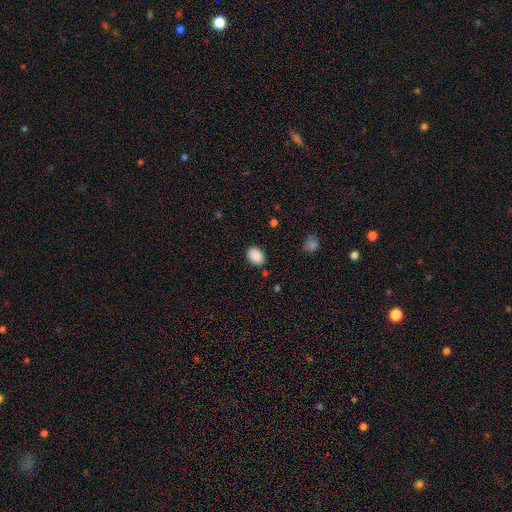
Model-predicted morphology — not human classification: This appears to be a smooth galaxy with no disk features (89%) that is in between round and cigar-shaped (75%). Merging: none (84%).